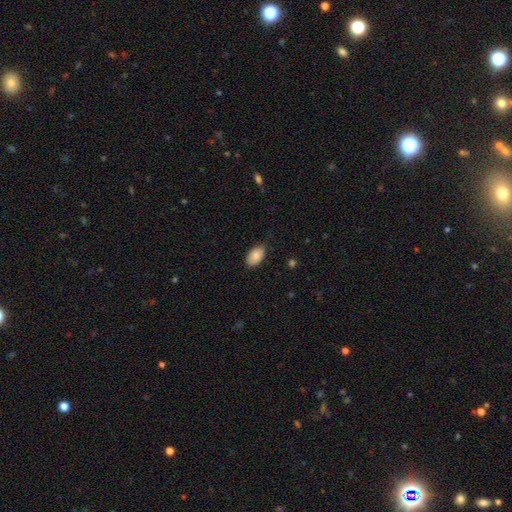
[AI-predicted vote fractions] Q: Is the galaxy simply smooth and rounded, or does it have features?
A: smooth — 86%.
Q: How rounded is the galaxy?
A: in between — 93%.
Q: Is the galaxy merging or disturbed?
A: none — 79%.